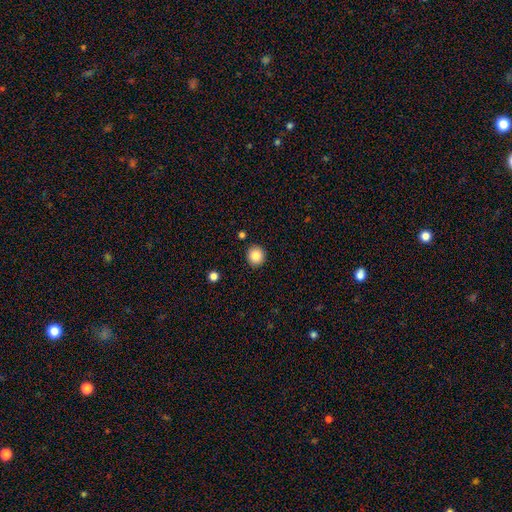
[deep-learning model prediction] Smooth or featured? Predicted: smooth (p=0.85). How rounded? Predicted: round (p=0.92). Merging? Predicted: none (p=0.91).